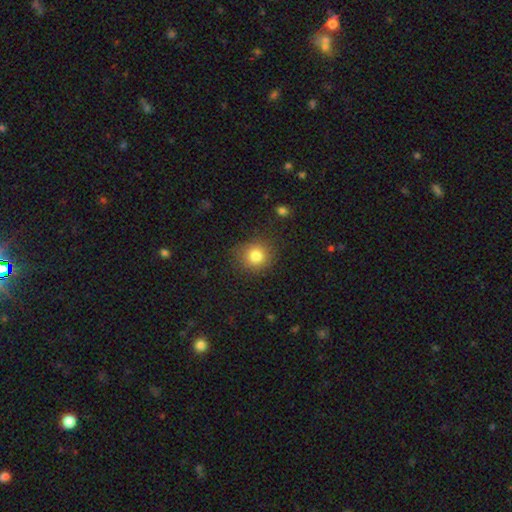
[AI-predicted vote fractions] Smooth or featured? smooth (83%)
How rounded? round (85%)
Merging? none (82%)